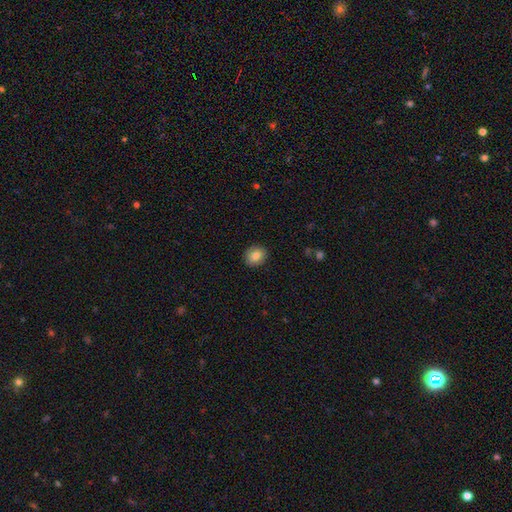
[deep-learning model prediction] smooth-or-featured: smooth: 85% | star or artifact: 8% | featured or disk: 6%
  how-rounded: round: 62% | in between: 37% | cigar-shaped: 1%
  merging: none: 90% | minor disturbance: 7% | major disturbance: 2% | merger: 1%